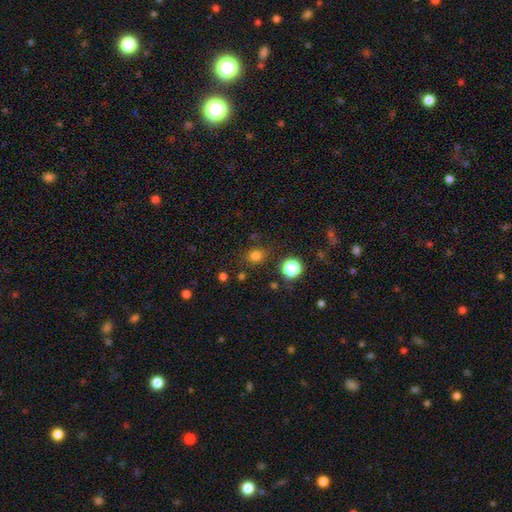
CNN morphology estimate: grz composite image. It shows a smooth galaxy with no disk features (77%) that is round (78%). Merging: none (80%).